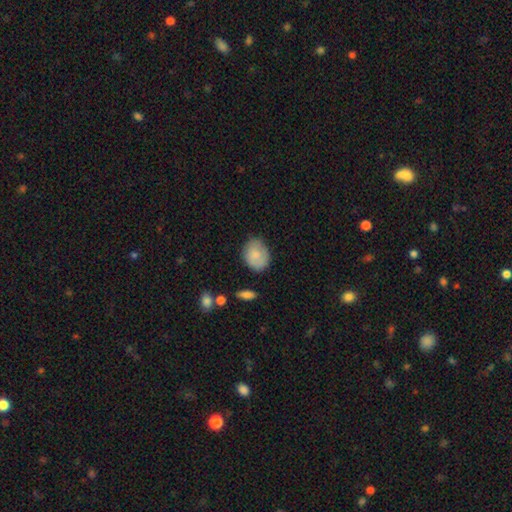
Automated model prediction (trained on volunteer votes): smooth_or_featured: smooth (p=0.79) [alt: featured or disk p=0.14]
how_rounded: in between (p=0.55) [alt: round p=0.44]
merging: none (p=0.72) [alt: minor disturbance p=0.21]